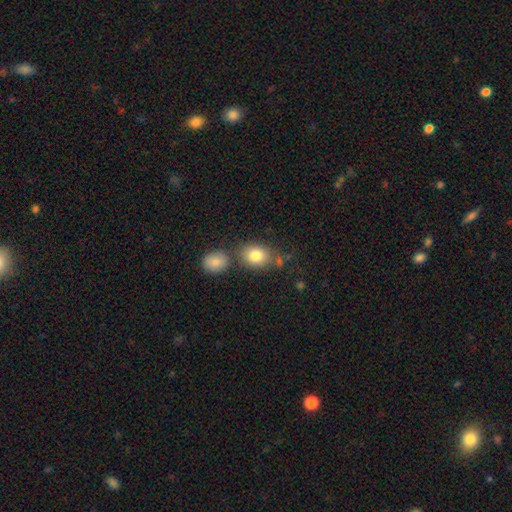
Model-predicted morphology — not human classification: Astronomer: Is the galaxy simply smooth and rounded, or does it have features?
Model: smooth — 82%.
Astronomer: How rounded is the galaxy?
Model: in between — 58% (runner-up: round, 41%).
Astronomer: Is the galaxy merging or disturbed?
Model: none — 61%.